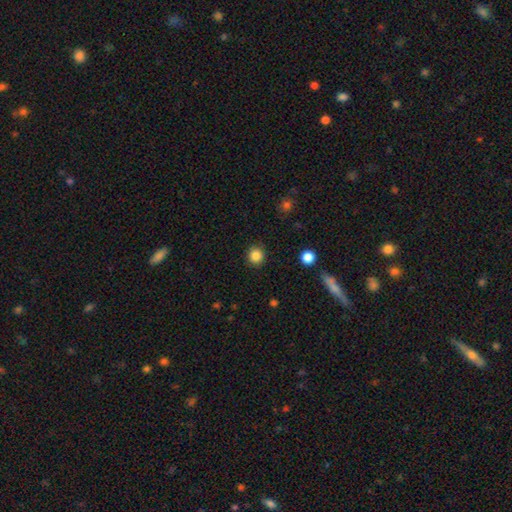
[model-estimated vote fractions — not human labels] smooth-or-featured: smooth: 85% | star or artifact: 11% | featured or disk: 4%
  how-rounded: round: 89% | in between: 10% | cigar-shaped: 1%
  merging: none: 91% | minor disturbance: 6% | major disturbance: 2% | merger: 1%